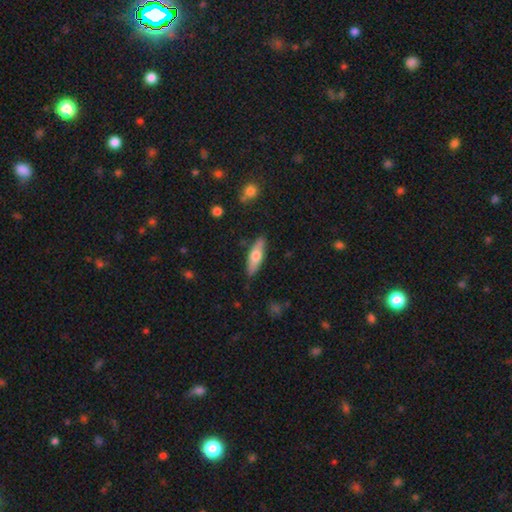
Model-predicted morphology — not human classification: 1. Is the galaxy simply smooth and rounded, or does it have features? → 62% smooth, 33% featured or disk, 5% star or artifact.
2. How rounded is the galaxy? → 53% cigar-shaped, 45% in between, 2% round.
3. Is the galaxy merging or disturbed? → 86% none, 11% minor disturbance, 2% major disturbance, 2% merger.